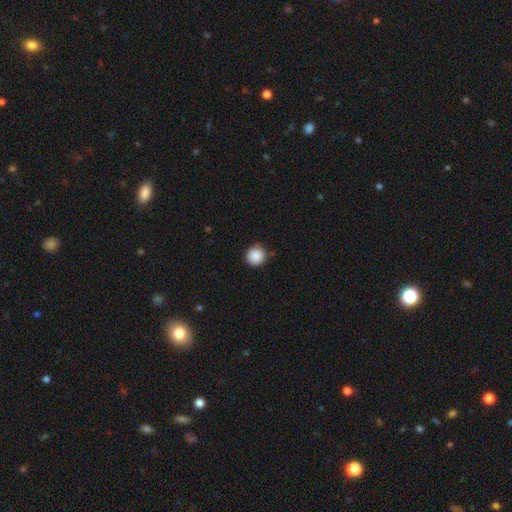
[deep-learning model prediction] This appears to be a smooth galaxy with no disk features (88%) that is round (94%). Merging: none (87%).